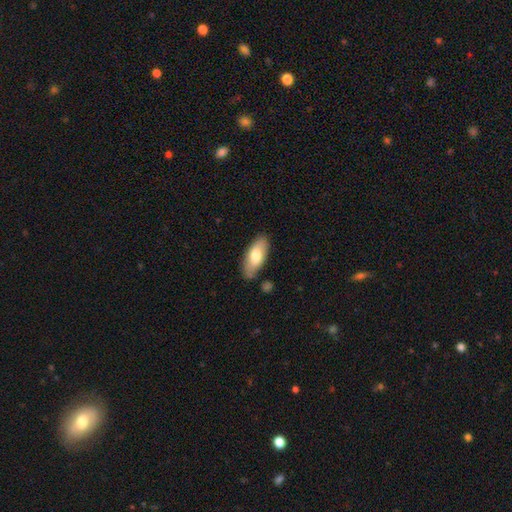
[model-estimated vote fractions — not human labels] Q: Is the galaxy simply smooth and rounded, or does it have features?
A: smooth — 72%.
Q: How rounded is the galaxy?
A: in between — 84%.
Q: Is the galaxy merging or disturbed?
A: none — 78%.